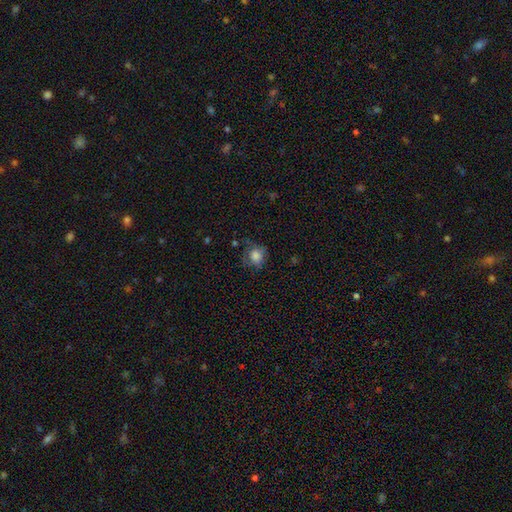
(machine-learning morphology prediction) Smooth or featured: smooth — 79% (featured or disk — 11%)
How rounded: round — 81% (in between — 18%)
Merging: none — 60% (minor disturbance — 26%)